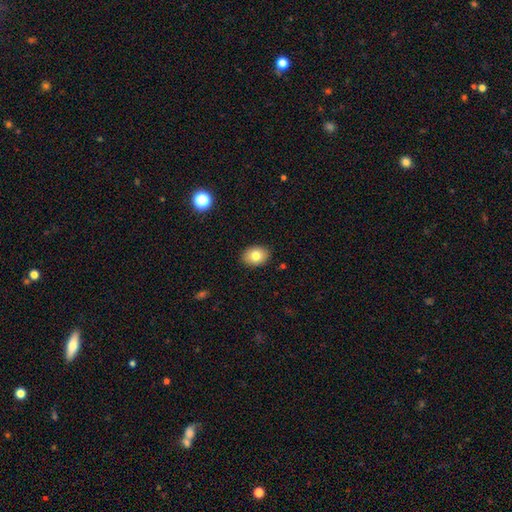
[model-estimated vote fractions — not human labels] This is likely a smooth galaxy (80%). How rounded: likely in between (66%). Merging: clearly none (89%).